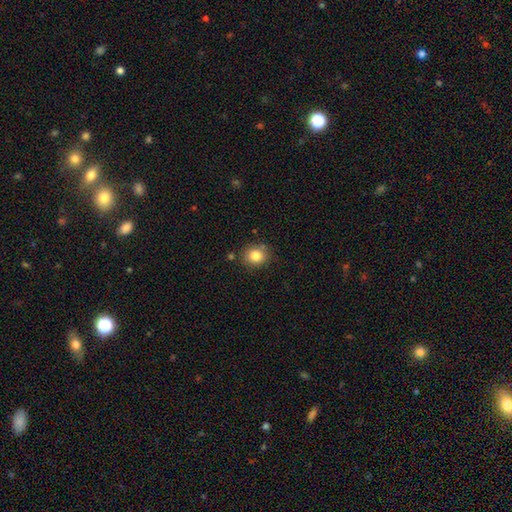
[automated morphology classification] The model was most divided on "how rounded": round: 78%, in between: 21%, cigar-shaped: 1%. More confident: smooth or featured — smooth (83%); merging — none (82%).